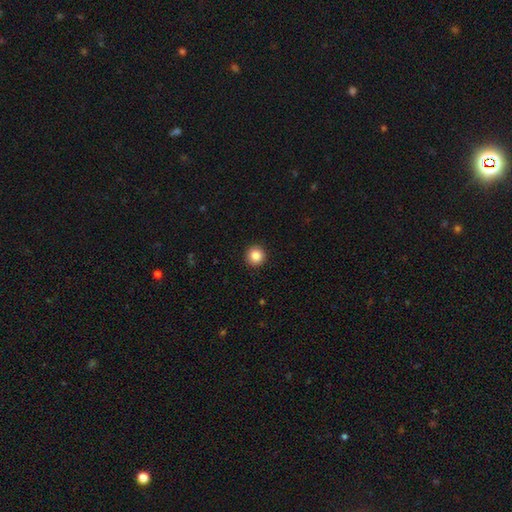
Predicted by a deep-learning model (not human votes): Smooth or featured: smooth — 88% (star or artifact — 9%)
How rounded: round — 95% (in between — 4%)
Merging: none — 93% (minor disturbance — 5%)